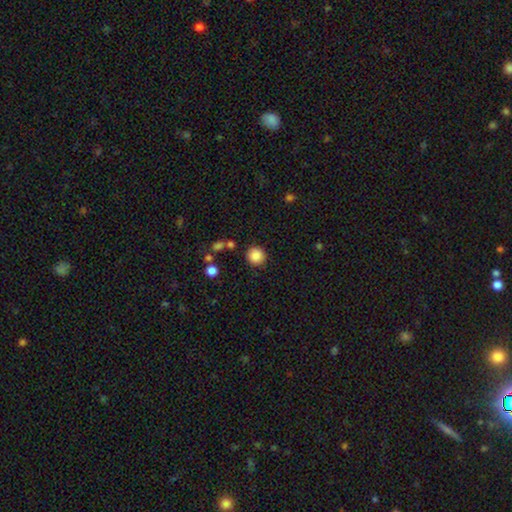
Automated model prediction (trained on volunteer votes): smooth-or-featured: smooth: 87% | star or artifact: 10% | featured or disk: 3%
  how-rounded: round: 94% | in between: 5% | cigar-shaped: 1%
  merging: none: 88% | minor disturbance: 7% | merger: 3% | major disturbance: 3%